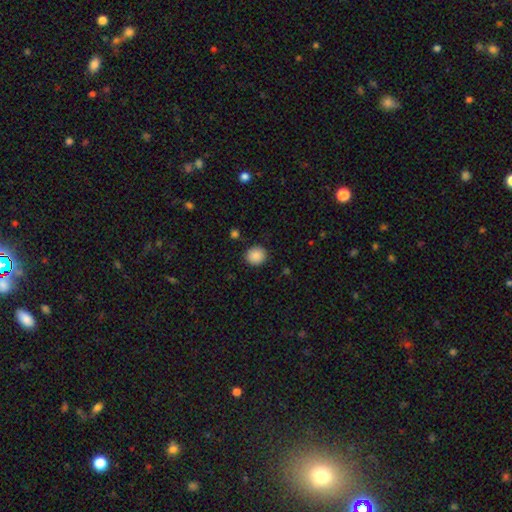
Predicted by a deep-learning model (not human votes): Smooth or featured? smooth (87%)
How rounded? round (89%)
Merging? none (90%)